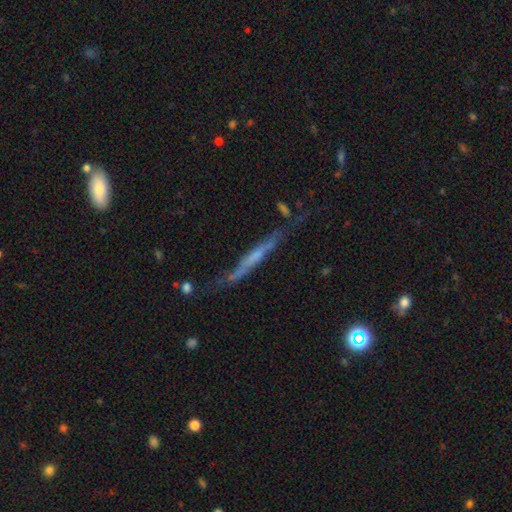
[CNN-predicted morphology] Smooth or featured? featured or disk (63%)
Edge-on disk? yes (86%)
Edge-on bulge? none (61%)
Merging? none (55%)